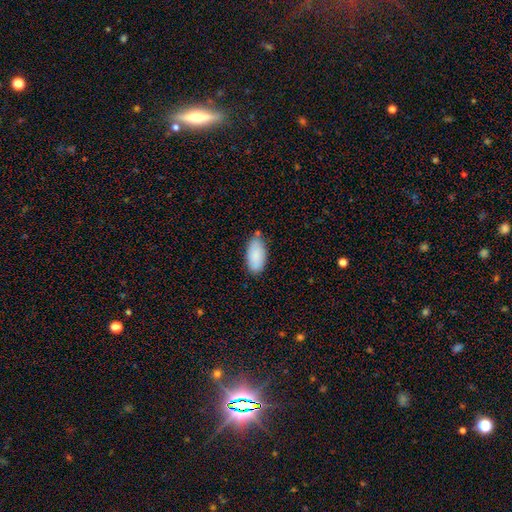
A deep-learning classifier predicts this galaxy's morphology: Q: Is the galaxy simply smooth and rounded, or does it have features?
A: smooth — 87%.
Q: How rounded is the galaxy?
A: in between — 93%.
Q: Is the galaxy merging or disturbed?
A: none — 71%.